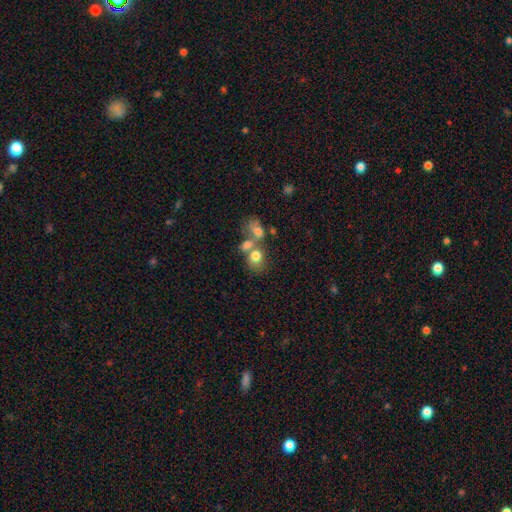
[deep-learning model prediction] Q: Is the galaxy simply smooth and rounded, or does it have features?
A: smooth — 73%.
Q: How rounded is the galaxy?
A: round — 55%.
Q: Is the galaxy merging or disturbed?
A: merger — 53%.